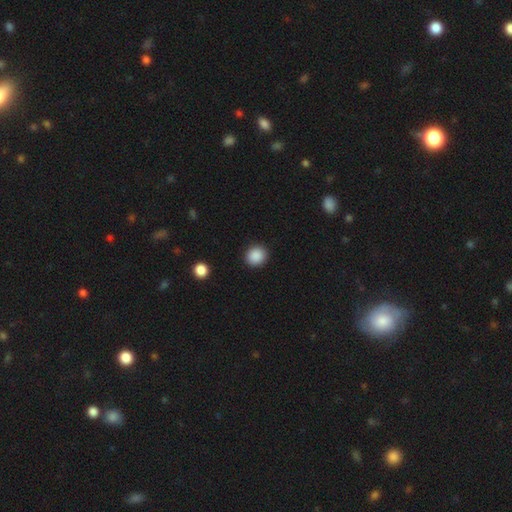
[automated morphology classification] smooth-or-featured: smooth: 88% | star or artifact: 9% | featured or disk: 3%
  how-rounded: round: 85% | in between: 14% | cigar-shaped: 1%
  merging: none: 91% | minor disturbance: 6% | major disturbance: 2% | merger: 1%